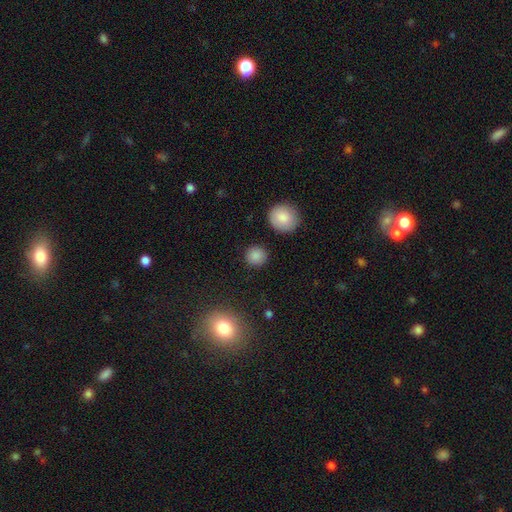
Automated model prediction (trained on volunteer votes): A smooth galaxy with no disk features (86%) that is round (92%). Merging: none (89%).